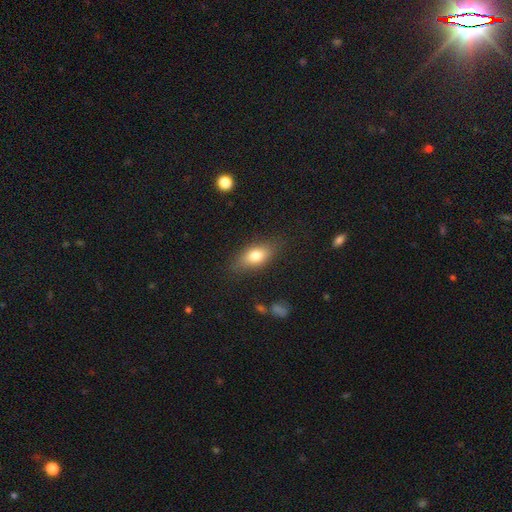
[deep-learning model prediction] smooth_or_featured: smooth (p=0.76) [alt: featured or disk p=0.16]
how_rounded: in between (p=0.81) [alt: cigar-shaped p=0.10]
merging: none (p=0.80) [alt: minor disturbance p=0.15]